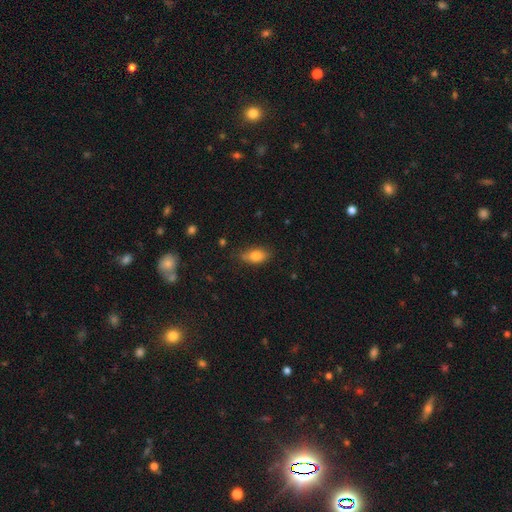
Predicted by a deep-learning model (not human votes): Smooth or featured: smooth — 78% (featured or disk — 13%)
How rounded: in between — 85% (cigar-shaped — 8%)
Merging: none — 73% (minor disturbance — 21%)